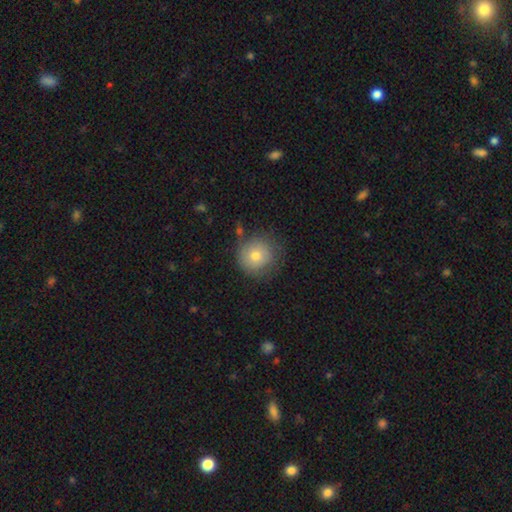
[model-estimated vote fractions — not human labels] This appears to be a smooth galaxy with no disk features (74%) that is round (92%). Merging: none (74%).